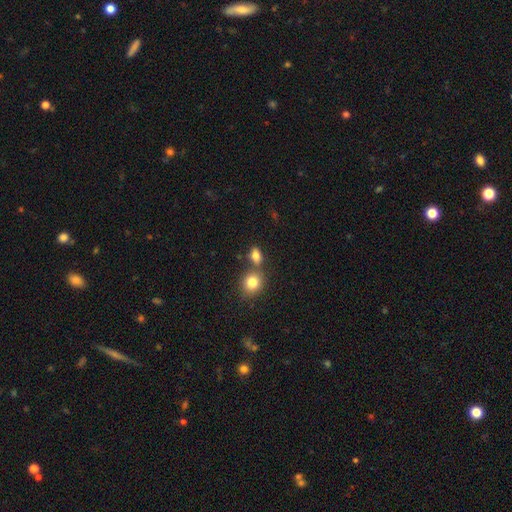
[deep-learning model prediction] This appears to be a smooth galaxy with no disk features (81%) that is in between round and cigar-shaped (67%). Merging: none (56%).